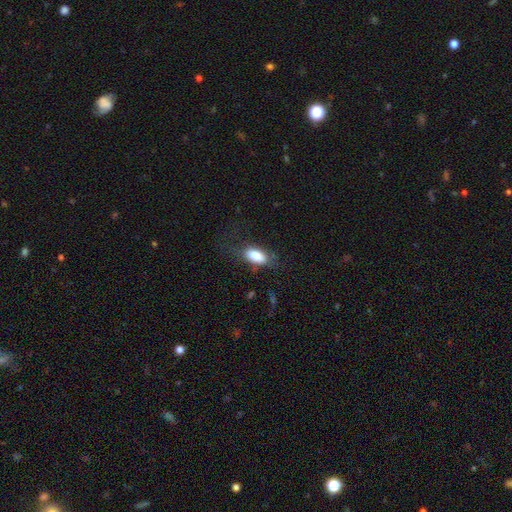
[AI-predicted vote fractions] Morphology: type=smooth (81%); roundness=in between (87%); merging=none (62%).